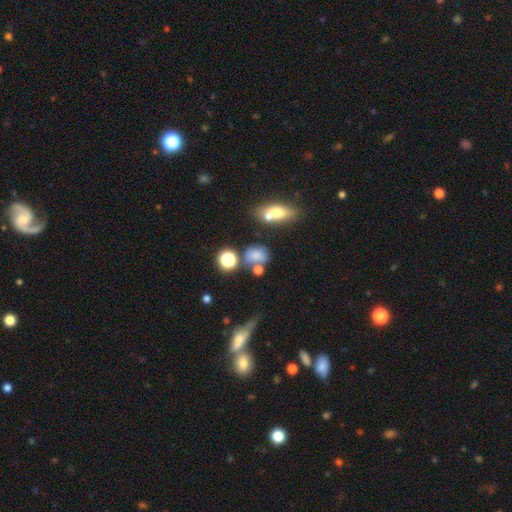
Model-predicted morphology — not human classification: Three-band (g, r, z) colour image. It shows a smooth galaxy with no disk features (69%) that is in between round and cigar-shaped (51%). Merging: none (52%).